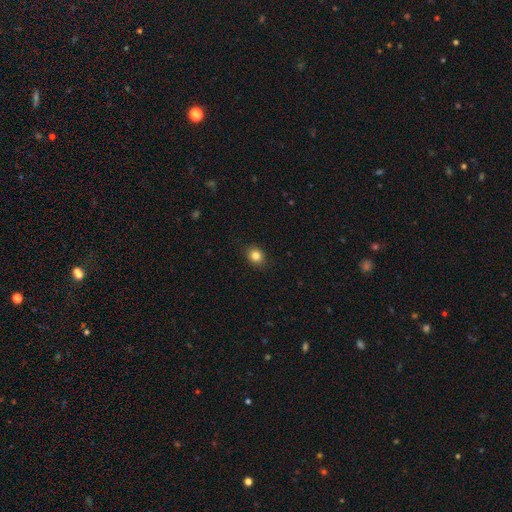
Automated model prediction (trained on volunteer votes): smooth-or-featured: smooth: 83% | star or artifact: 11% | featured or disk: 6%
  how-rounded: round: 69% | in between: 31% | cigar-shaped: 1%
  merging: none: 89% | minor disturbance: 8% | major disturbance: 2% | merger: 1%